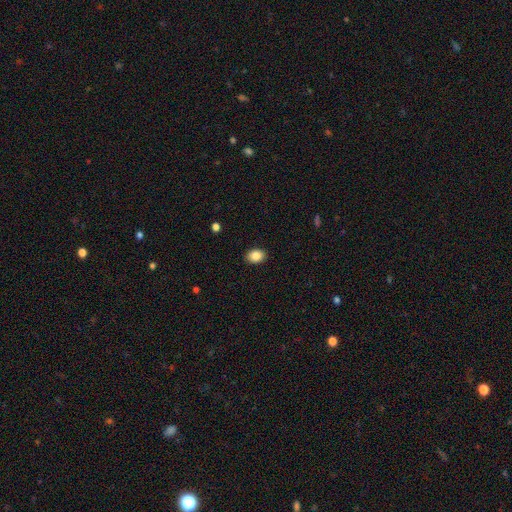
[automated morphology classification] smooth_or_featured: smooth (p=0.86) [alt: star or artifact p=0.08]
how_rounded: in between (p=0.71) [alt: round p=0.28]
merging: none (p=0.90) [alt: minor disturbance p=0.08]